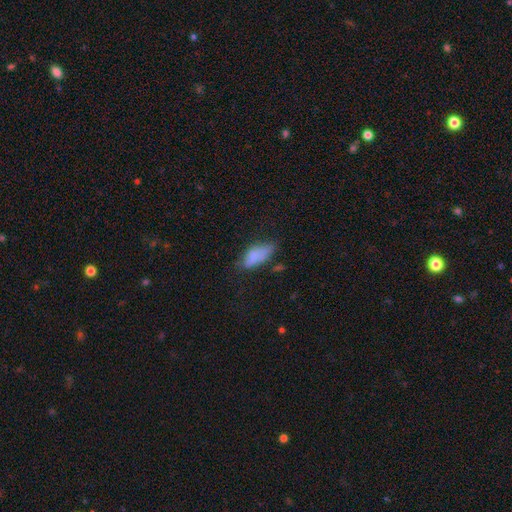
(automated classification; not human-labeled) The model was most divided on "merging": none: 41%, minor disturbance: 37%, major disturbance: 18%, merger: 5%. More confident: how rounded — in between (84%); smooth or featured — smooth (75%).